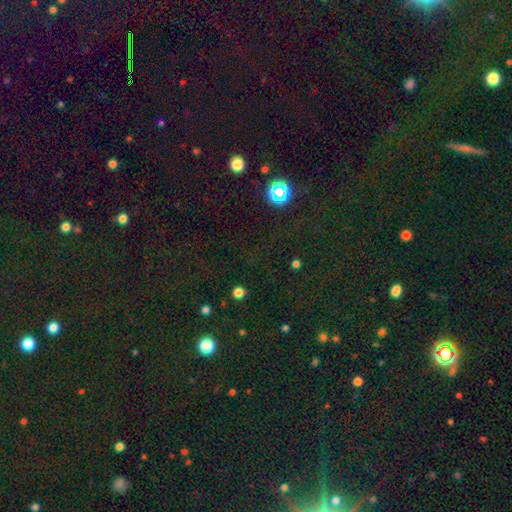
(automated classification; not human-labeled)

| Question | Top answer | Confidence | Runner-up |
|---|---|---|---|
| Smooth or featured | star or artifact | 70% | smooth (23%) |